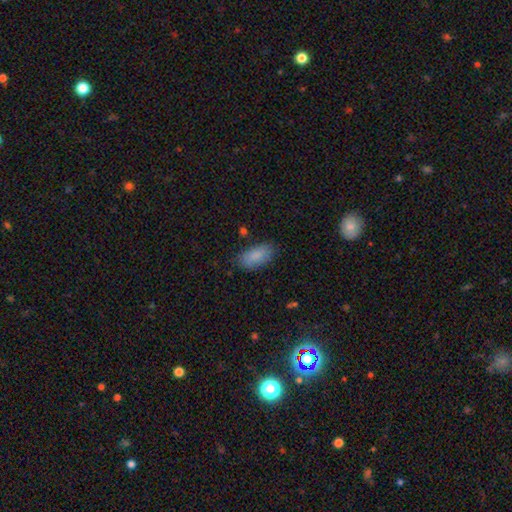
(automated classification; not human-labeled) This is clearly a smooth galaxy (86%). How rounded: clearly in between (91%). Merging: likely none (80%).